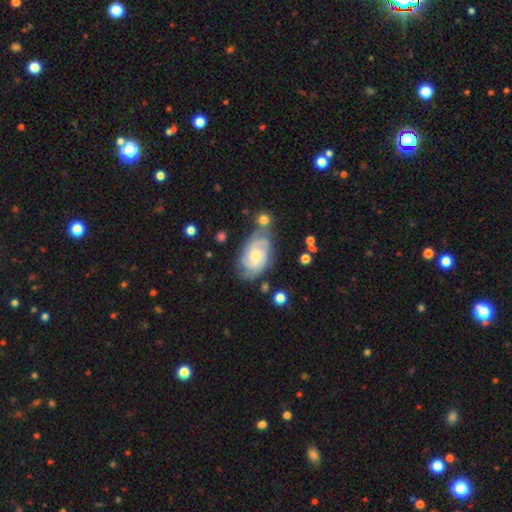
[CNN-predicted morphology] A featured or disk galaxy (79%) with no bar (61%), 2 (35%) tight (54%) spiral arms (96%) and a moderate central bulge (49%). Merging: none (62%).